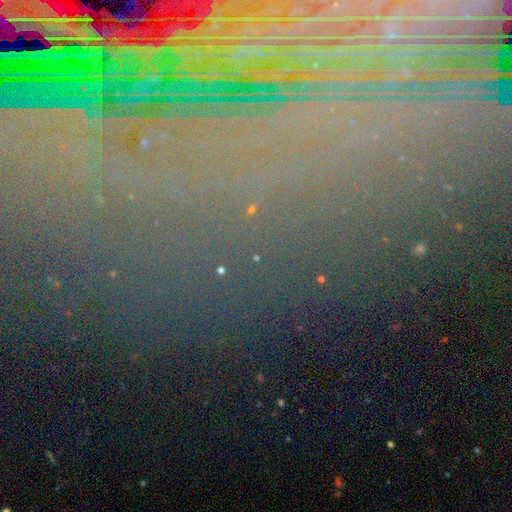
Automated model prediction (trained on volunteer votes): A star or artifact, not a galaxy (72%).